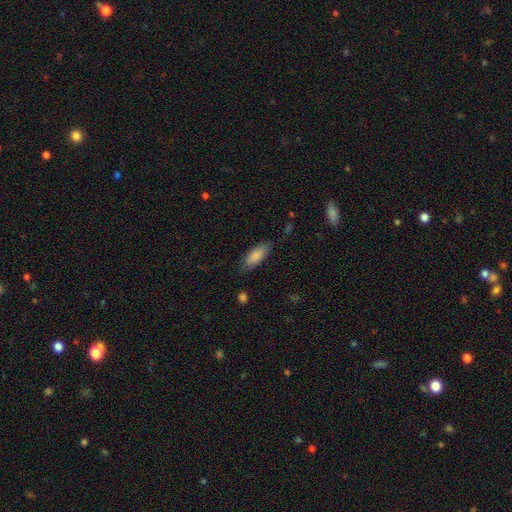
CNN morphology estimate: The model was most divided on "how rounded": in between: 75%, cigar-shaped: 23%, round: 2%. More confident: smooth or featured — smooth (85%); merging — none (76%).